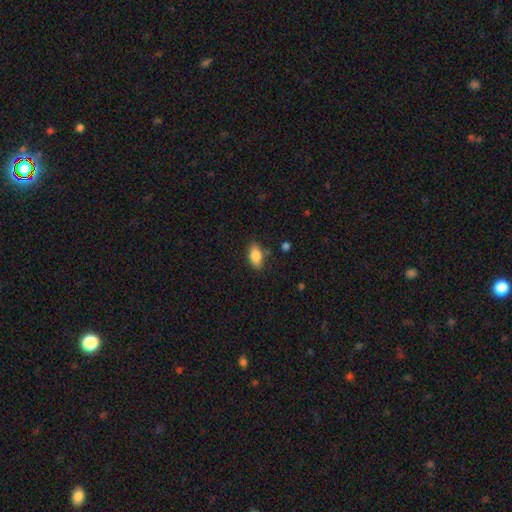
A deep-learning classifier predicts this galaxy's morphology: The model was most divided on "merging": none: 80%, minor disturbance: 14%, major disturbance: 3%, merger: 3%. More confident: how rounded — in between (88%); smooth or featured — smooth (82%).